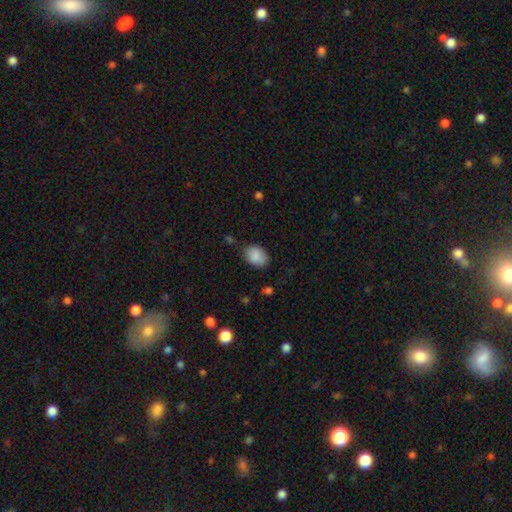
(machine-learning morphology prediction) smooth_or_featured: smooth (p=0.87) [alt: star or artifact p=0.07]
how_rounded: in between (p=0.80) [alt: round p=0.19]
merging: none (p=0.75) [alt: minor disturbance p=0.18]